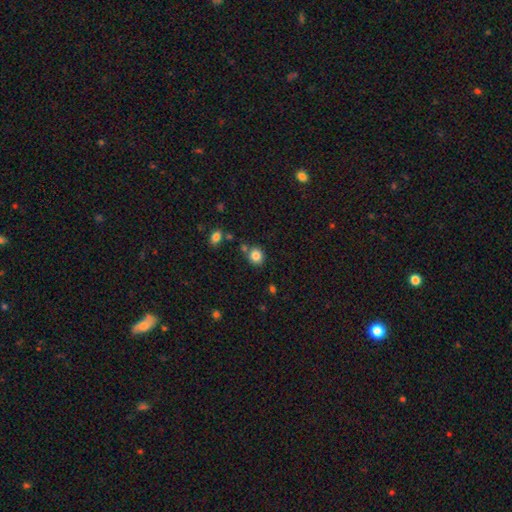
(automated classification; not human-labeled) This appears to be a smooth galaxy with no disk features (84%) that is round (82%). Merging: none (75%).